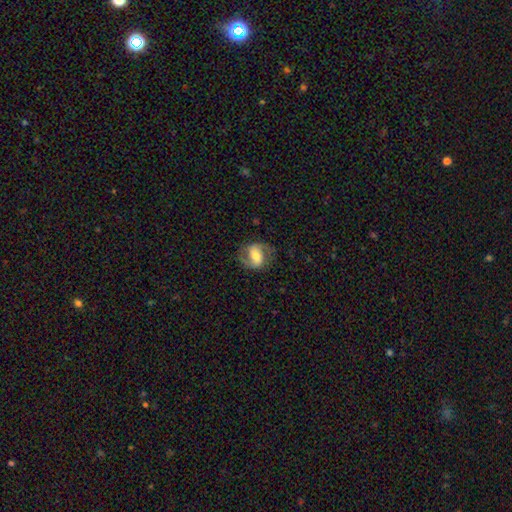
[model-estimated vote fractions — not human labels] Smooth or featured?
  - featured or disk: 76% *
  - smooth: 18%
  - star or artifact: 6%
Edge-on disk?
  - no: 97% *
  - yes: 3%
Bar?
  - weak: 41% *
  - strong: 35%
  - no: 24%
Spiral arms?
  - yes: 92% *
  - no: 8%
Spiral winding?
  - medium: 51% *
  - loose: 30%
  - tight: 19%
Spiral arm count?
  - 2: 90% *
  - can't tell: 4%
  - 1: 3%
  - 3: 1%
  - 4: 1%
  - more than 4: 1%
Bulge size?
  - moderate: 61% *
  - small: 24%
  - large: 12%
  - none: 2%
  - dominant: 2%
Merging?
  - none: 78% *
  - minor disturbance: 14%
  - major disturbance: 7%
  - merger: 1%